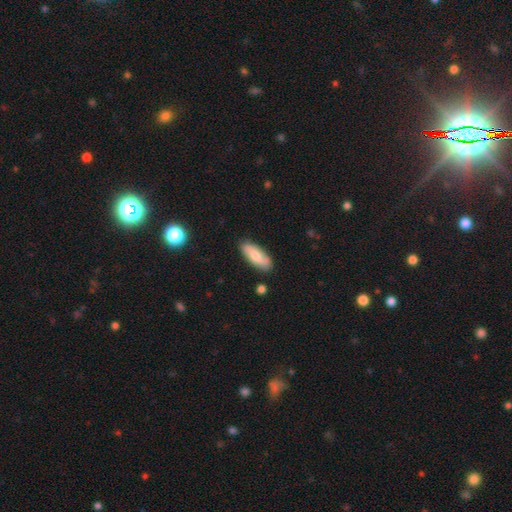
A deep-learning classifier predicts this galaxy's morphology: smooth_or_featured: smooth (p=0.68) [alt: featured or disk p=0.26]
how_rounded: in between (p=0.72) [alt: cigar-shaped p=0.26]
merging: none (p=0.85) [alt: minor disturbance p=0.11]